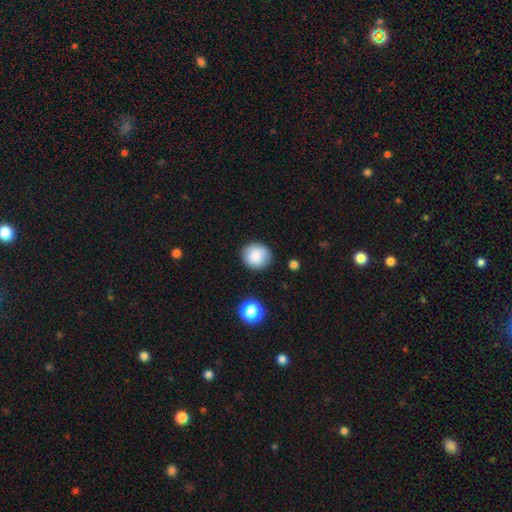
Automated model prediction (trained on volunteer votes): This is clearly a smooth galaxy (85%). How rounded: clearly round (86%). Merging: clearly none (86%).